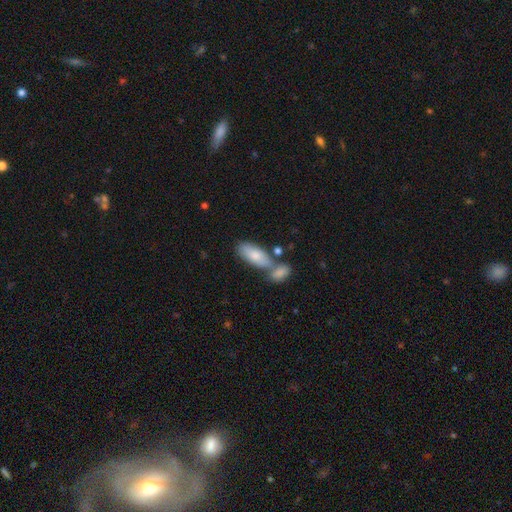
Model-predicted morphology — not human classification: This appears to be a smooth galaxy with no disk features (79%) that is in between round and cigar-shaped (84%). Merging: none (47%).